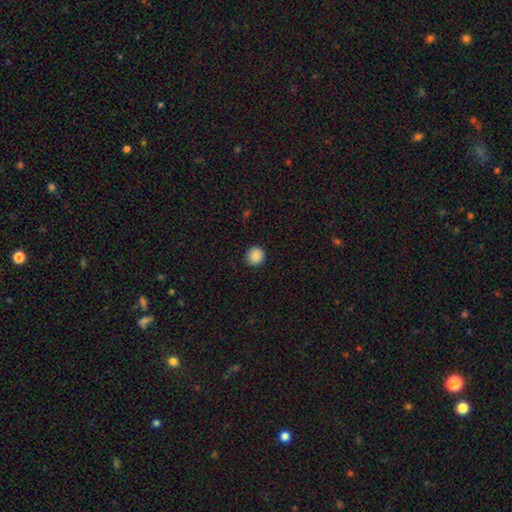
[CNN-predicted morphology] Overall: smooth (88%). How rounded: round (89%). Merging: none (90%).